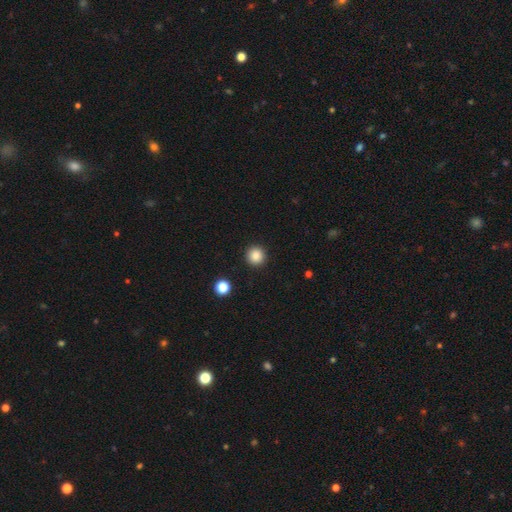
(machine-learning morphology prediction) Smooth or featured? Predicted: smooth (p=0.87). How rounded? Predicted: round (p=0.95). Merging? Predicted: none (p=0.93).